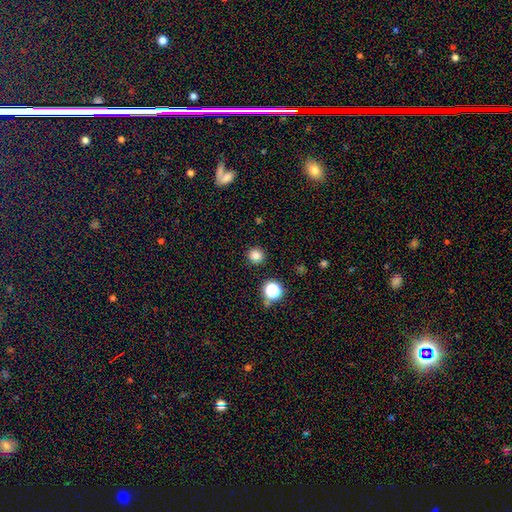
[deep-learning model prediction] Morphology: type=smooth (81%); roundness=round (93%); merging=none (90%).